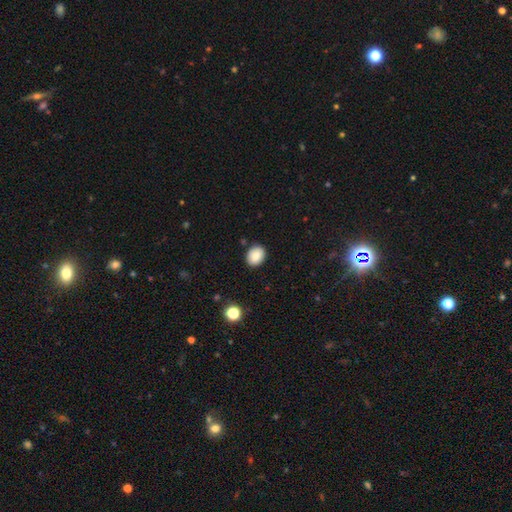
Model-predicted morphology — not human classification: This appears to be a smooth galaxy with no disk features (87%) that is in between round and cigar-shaped (56%). Merging: none (88%).